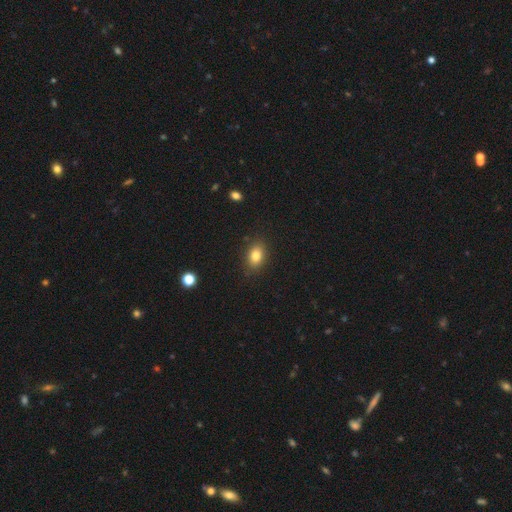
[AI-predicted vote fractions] Overall: smooth (82%). How rounded: in between (77%). Merging: none (86%).